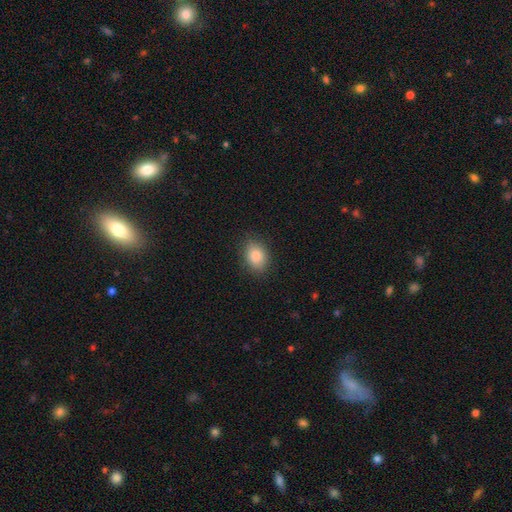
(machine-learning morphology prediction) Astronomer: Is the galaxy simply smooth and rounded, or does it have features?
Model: smooth — 86%.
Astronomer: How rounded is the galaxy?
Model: in between — 69%.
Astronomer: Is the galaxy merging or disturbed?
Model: none — 86%.